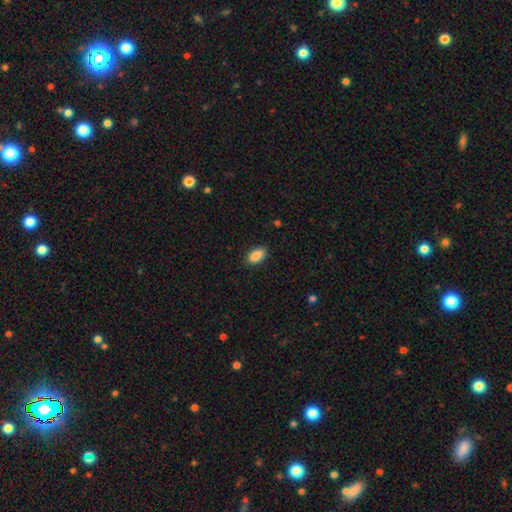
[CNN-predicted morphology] type=smooth (89%); roundness=in between (91%); merging=none (84%).